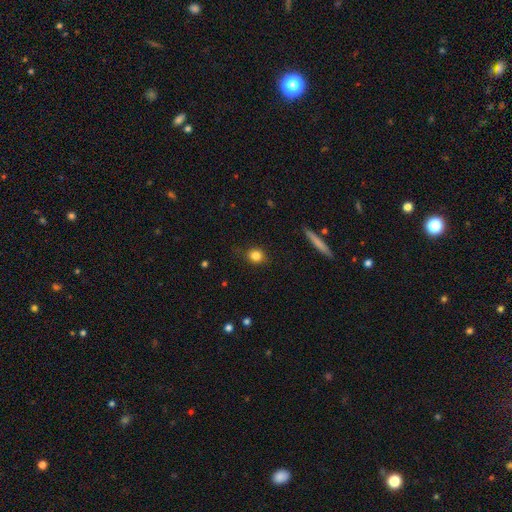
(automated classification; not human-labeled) A smooth galaxy with no disk features (83%) that is round (84%). Merging: none (85%).